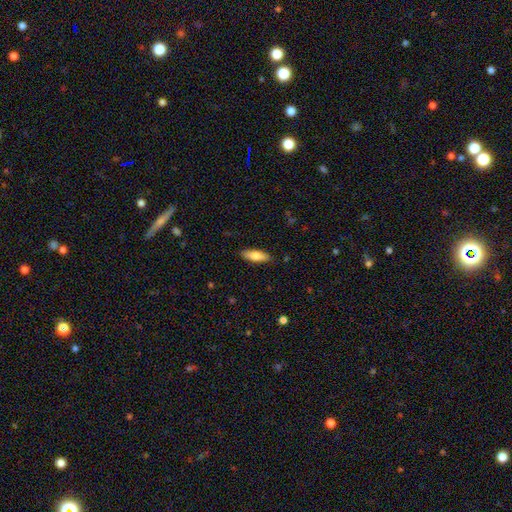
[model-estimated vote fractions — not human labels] Smooth or featured?
  - smooth: 76% *
  - featured or disk: 18%
  - star or artifact: 6%
How rounded?
  - in between: 59% *
  - cigar-shaped: 39%
  - round: 2%
Merging?
  - none: 87% *
  - minor disturbance: 10%
  - major disturbance: 2%
  - merger: 1%